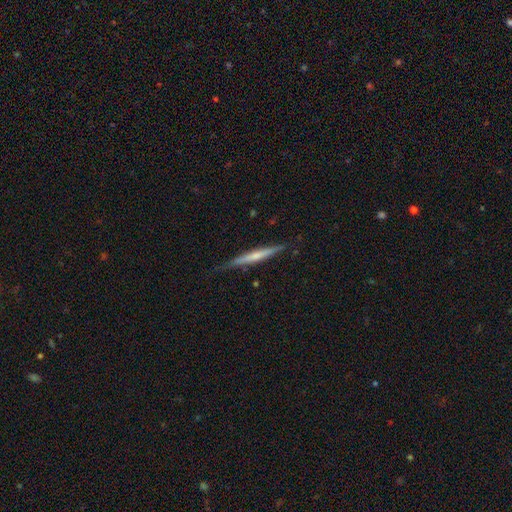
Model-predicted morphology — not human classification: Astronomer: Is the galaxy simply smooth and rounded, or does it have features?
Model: featured or disk — 56% (runner-up: smooth, 38%).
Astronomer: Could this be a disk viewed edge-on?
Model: yes — 97%.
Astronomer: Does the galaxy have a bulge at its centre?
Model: none — 54% (runner-up: rounded, 37%).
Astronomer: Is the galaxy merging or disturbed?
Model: none — 81%.